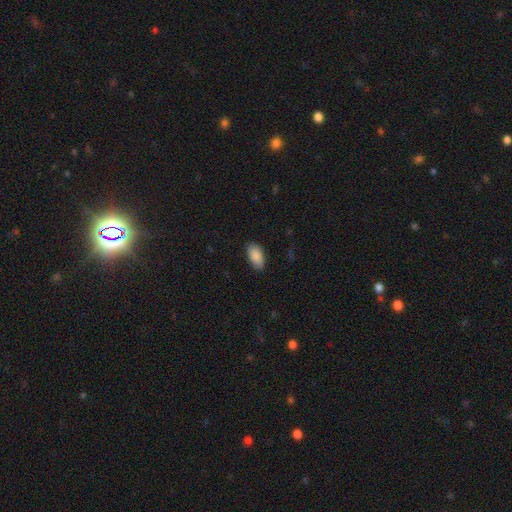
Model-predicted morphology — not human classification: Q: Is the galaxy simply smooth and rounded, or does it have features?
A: smooth — 89%.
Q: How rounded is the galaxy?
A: in between — 94%.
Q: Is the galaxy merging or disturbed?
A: none — 85%.